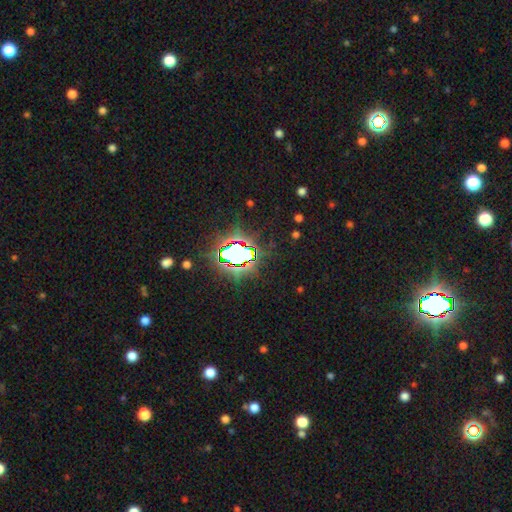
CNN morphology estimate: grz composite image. It shows a star or artifact, not a galaxy (82%).